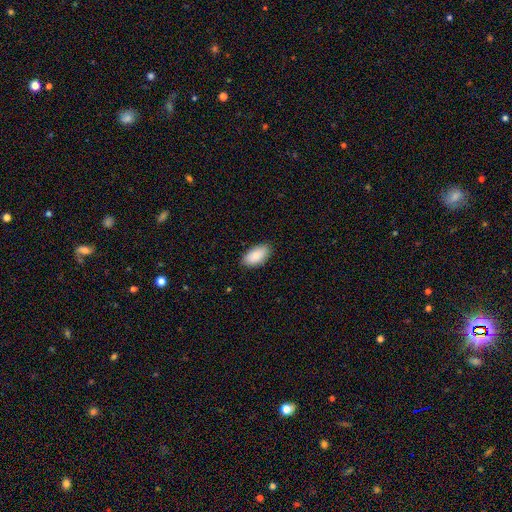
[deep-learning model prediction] A smooth galaxy with no disk features (89%) that is in between round and cigar-shaped (95%).

Vote fractions:
- Smooth or featured? smooth: 89% / star or artifact: 6% / featured or disk: 5%
- How rounded? in between: 95% / cigar-shaped: 3% / round: 2%
- Merging? none: 86% / minor disturbance: 11% / major disturbance: 2% / merger: 1%